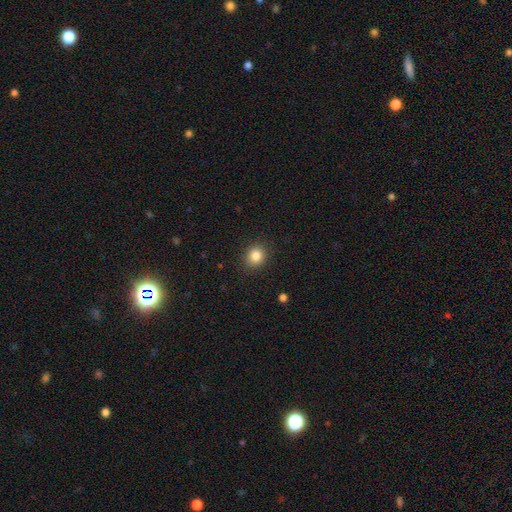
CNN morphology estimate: Smooth or featured? Predicted: smooth (p=0.84). How rounded? Predicted: round (p=0.74). Merging? Predicted: none (p=0.89).